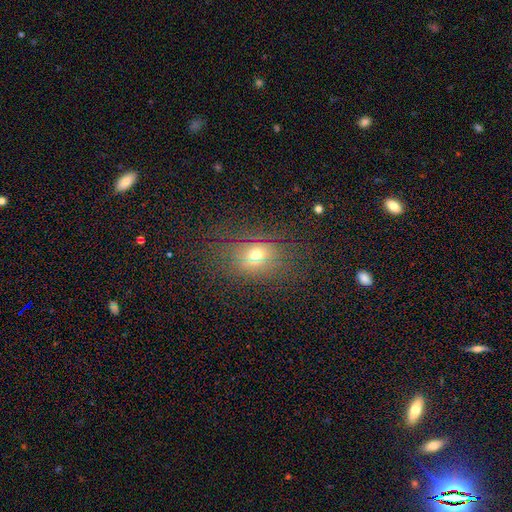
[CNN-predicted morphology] Smooth or featured?
  - smooth: 60% *
  - star or artifact: 23%
  - featured or disk: 17%
How rounded?
  - in between: 57% *
  - round: 39%
  - cigar-shaped: 3%
Merging?
  - none: 78% *
  - minor disturbance: 13%
  - major disturbance: 7%
  - merger: 2%